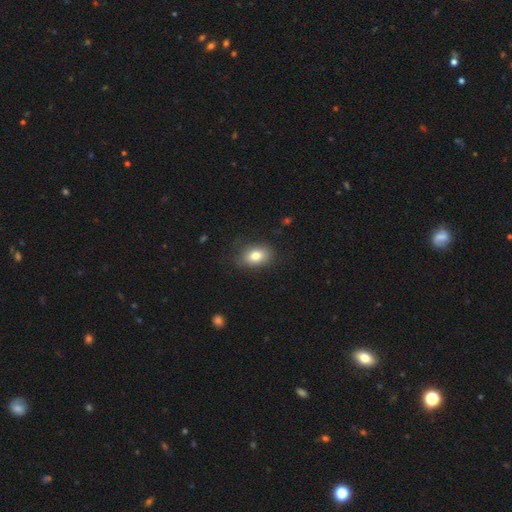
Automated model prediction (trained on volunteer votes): Smooth or featured?
  - smooth: 79% *
  - featured or disk: 12%
  - star or artifact: 9%
How rounded?
  - in between: 72% *
  - round: 27%
  - cigar-shaped: 1%
Merging?
  - none: 81% *
  - minor disturbance: 14%
  - major disturbance: 4%
  - merger: 1%